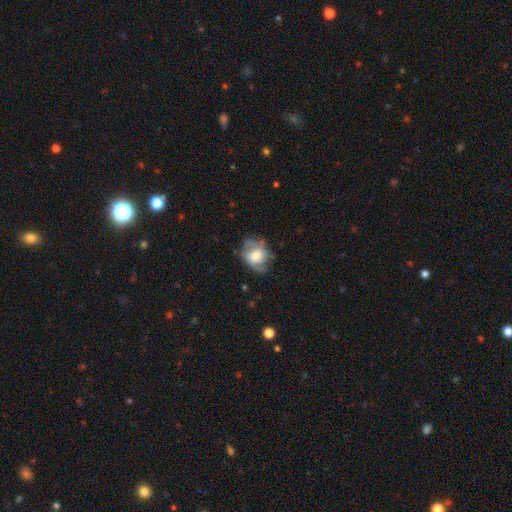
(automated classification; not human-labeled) smooth-or-featured: smooth: 49% | featured or disk: 43% | star or artifact: 8%
  merging: none: 53% | minor disturbance: 28% | major disturbance: 17% | merger: 2%